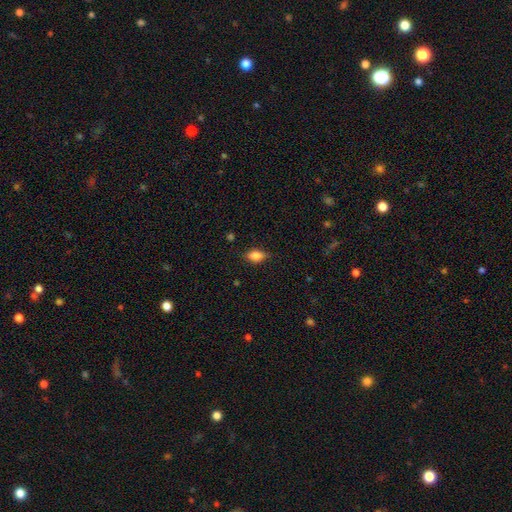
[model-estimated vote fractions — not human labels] Smooth or featured: smooth — 81% (featured or disk — 10%)
How rounded: in between — 83% (round — 11%)
Merging: none — 77% (minor disturbance — 18%)